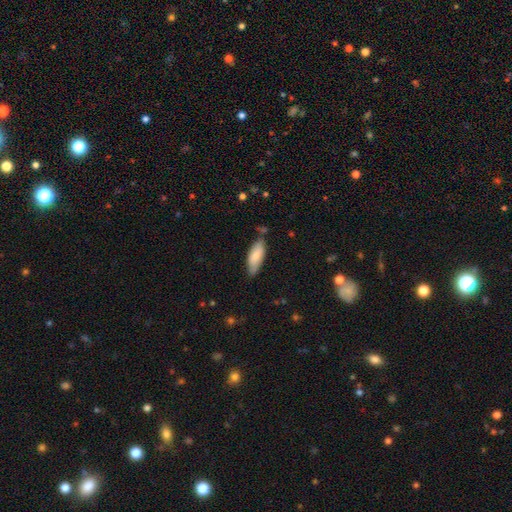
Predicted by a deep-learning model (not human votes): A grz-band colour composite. It shows a smooth galaxy with no disk features (82%) that is in between round and cigar-shaped (67%). Merging: none (71%).